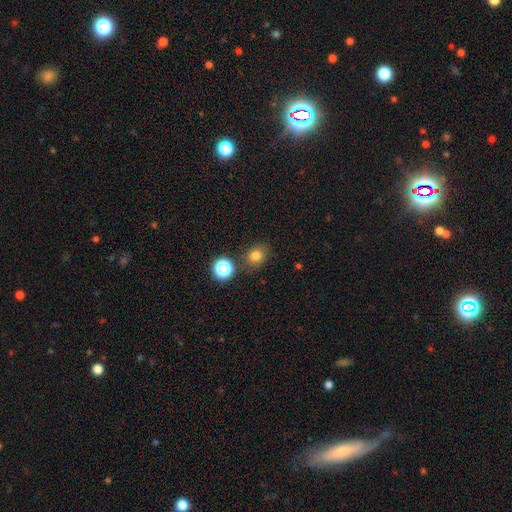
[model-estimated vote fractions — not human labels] A smooth galaxy with no disk features (77%) that is round (64%).

Vote fractions:
- Smooth or featured? smooth: 77% / star or artifact: 15% / featured or disk: 7%
- How rounded? round: 64% / in between: 35% / cigar-shaped: 1%
- Merging? none: 79% / minor disturbance: 11% / merger: 7% / major disturbance: 3%